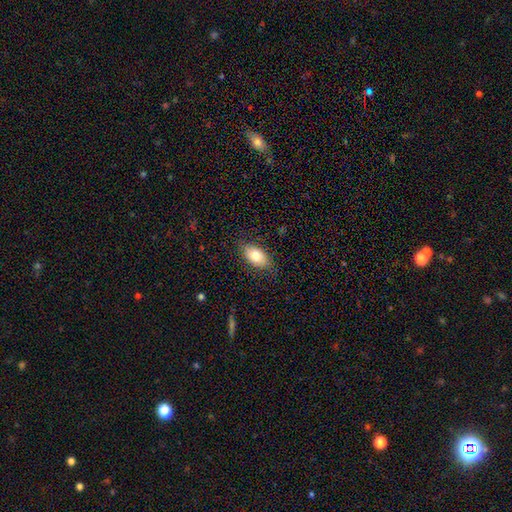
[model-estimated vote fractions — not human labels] A smooth galaxy with no disk features (76%) that is in between round and cigar-shaped (91%).

Vote fractions:
- Smooth or featured? smooth: 76% / featured or disk: 17% / star or artifact: 7%
- How rounded? in between: 91% / round: 6% / cigar-shaped: 3%
- Merging? none: 81% / minor disturbance: 15% / major disturbance: 4% / merger: 1%